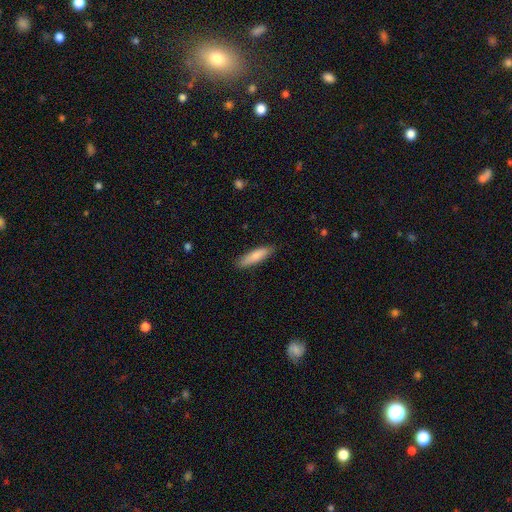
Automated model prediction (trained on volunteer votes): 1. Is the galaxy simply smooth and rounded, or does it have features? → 80% smooth, 15% featured or disk, 6% star or artifact.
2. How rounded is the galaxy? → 69% cigar-shaped, 29% in between, 2% round.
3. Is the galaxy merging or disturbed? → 87% none, 10% minor disturbance, 2% major disturbance, 1% merger.